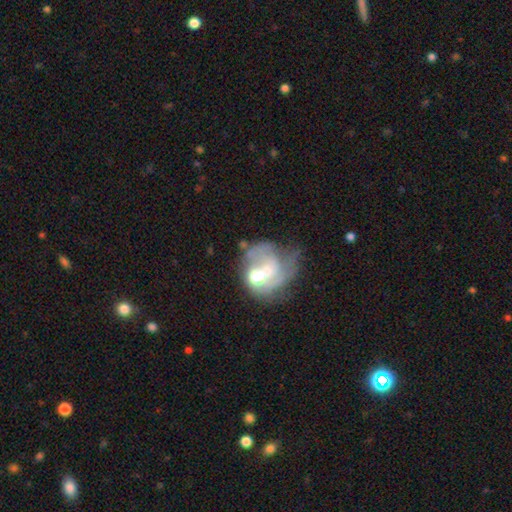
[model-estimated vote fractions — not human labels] Smooth or featured? Predicted: featured or disk (p=0.59). Edge-on disk? Predicted: no (p=0.97). Bar? Predicted: no (p=0.76). Spiral arms? Predicted: yes (p=0.62). Bulge size? Predicted: moderate (p=0.51). Merging? Predicted: major disturbance (p=0.30, tied with none).